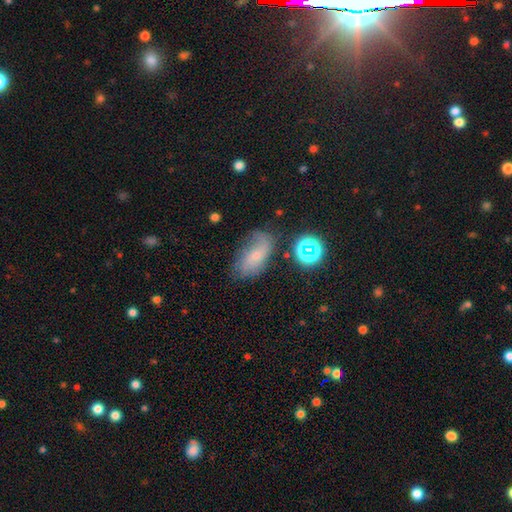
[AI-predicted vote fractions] Smooth or featured: smooth — 46% (featured or disk — 39%)
Merging: none — 53% (minor disturbance — 29%)